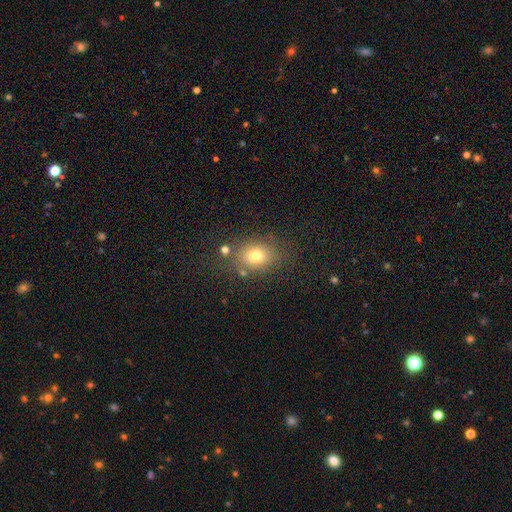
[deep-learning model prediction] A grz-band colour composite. It shows a smooth galaxy with no disk features (74%) that is in between round and cigar-shaped (49%, tied with round). Merging: none (76%).